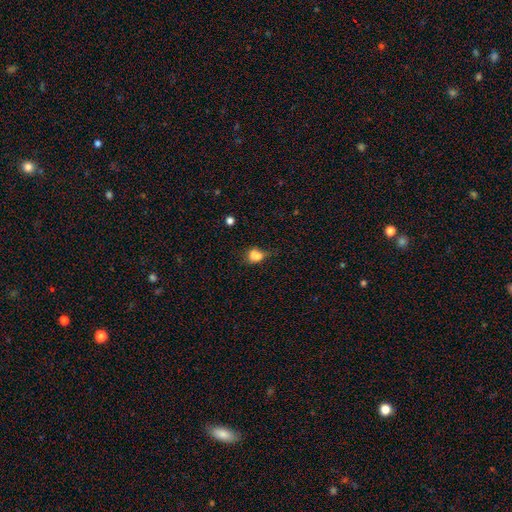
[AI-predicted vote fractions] Overall: smooth (75%). How rounded: in between (53%; round 45%). Merging: none (33%; merger 27%).